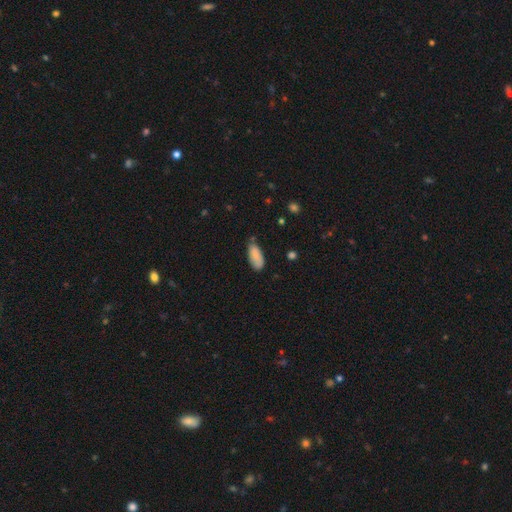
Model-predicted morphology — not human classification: The model was most divided on "merging": none: 62%, minor disturbance: 31%, major disturbance: 5%, merger: 3%. More confident: smooth or featured — smooth (87%); how rounded — in between (87%).